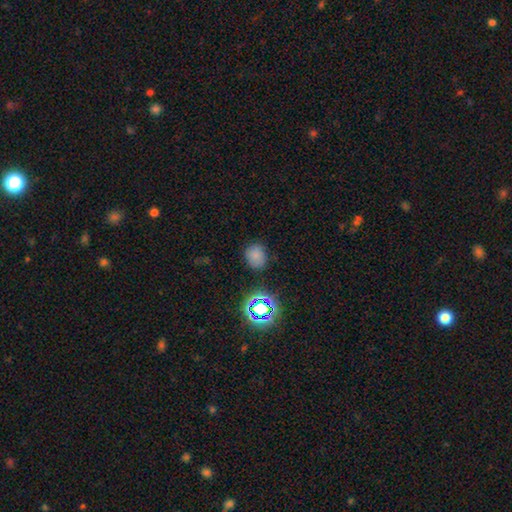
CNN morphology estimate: smooth_or_featured: smooth (p=0.72) [alt: star or artifact p=0.21]
how_rounded: round (p=0.66) [alt: in between p=0.33]
merging: none (p=0.81) [alt: minor disturbance p=0.13]